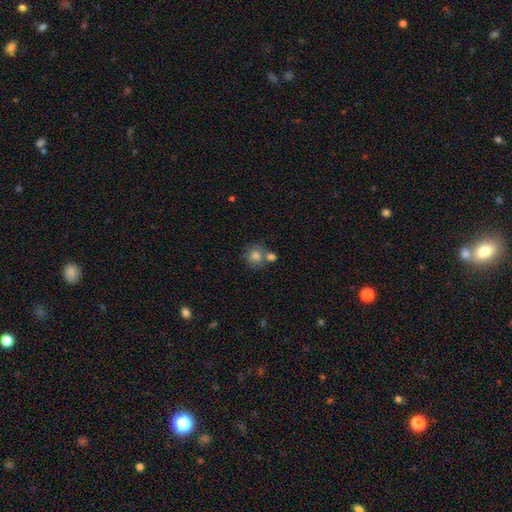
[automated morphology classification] Smooth or featured? Predicted: smooth (p=0.80). How rounded? Predicted: round (p=0.86). Merging? Predicted: none (p=0.52).